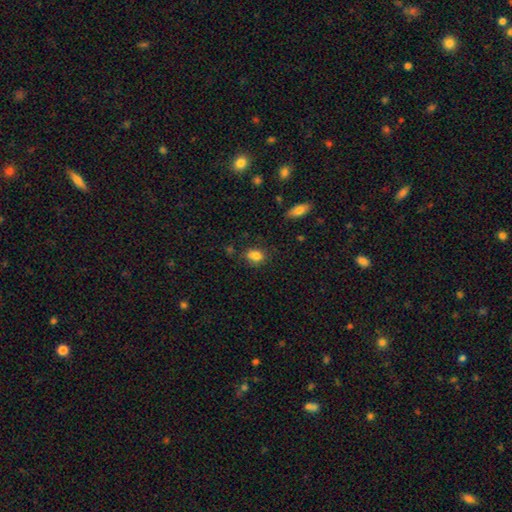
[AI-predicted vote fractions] Smooth or featured?
  - smooth: 80% *
  - star or artifact: 11%
  - featured or disk: 9%
How rounded?
  - in between: 60% *
  - round: 38%
  - cigar-shaped: 2%
Merging?
  - none: 62% *
  - minor disturbance: 22%
  - merger: 10%
  - major disturbance: 6%